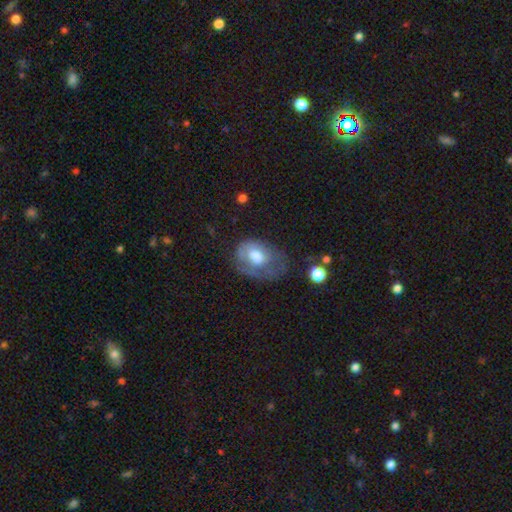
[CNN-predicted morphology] A smooth galaxy with no disk features (50%).

Vote fractions:
- Smooth or featured? smooth: 50% / featured or disk: 43% / star or artifact: 8%
- Merging? major disturbance: 37% / minor disturbance: 31% / none: 30% / merger: 3%